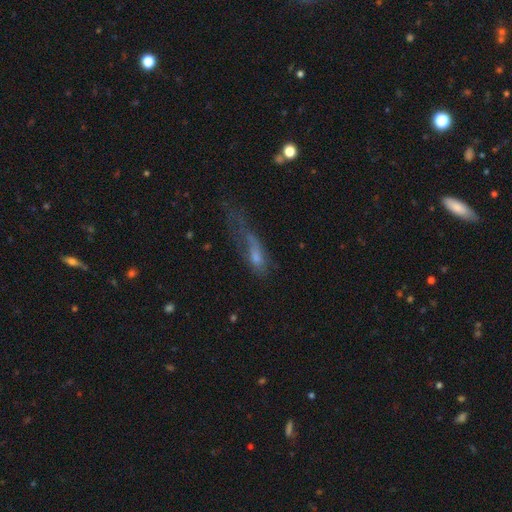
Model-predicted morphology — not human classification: Smooth or featured: smooth — 46% (featured or disk — 37%)
Merging: major disturbance — 50% (none — 24%)